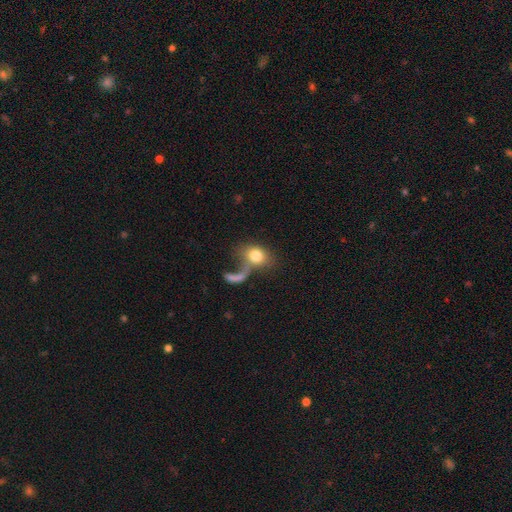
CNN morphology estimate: This is likely a smooth galaxy (72%). How rounded: possibly in between (59%). Merging: marginally major disturbance (38%).